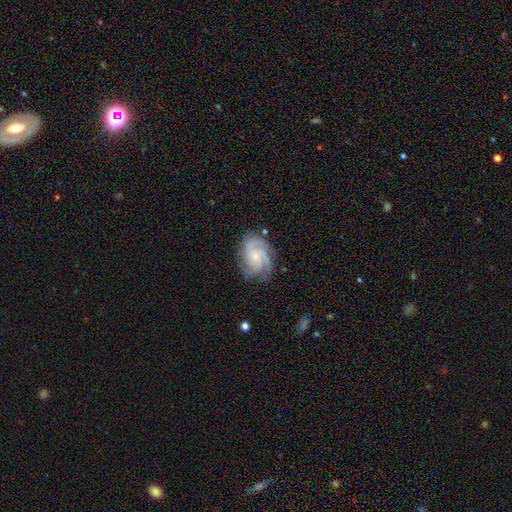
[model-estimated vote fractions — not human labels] Smooth or featured? featured or disk (87%)
Edge-on disk? no (98%)
Bar? no (66%)
Spiral arms? yes (98%)
Spiral winding? tight (48%)
Spiral arm count? 3 (51%)
Bulge size? small (69%)
Merging? none (74%)